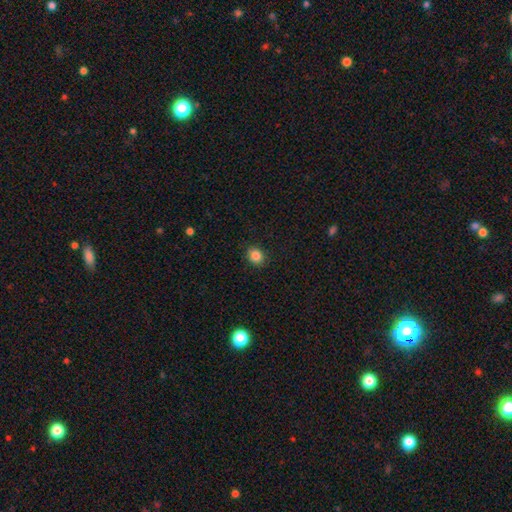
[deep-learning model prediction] This is clearly a smooth galaxy (85%). How rounded: likely round (64%). Merging: clearly none (90%).